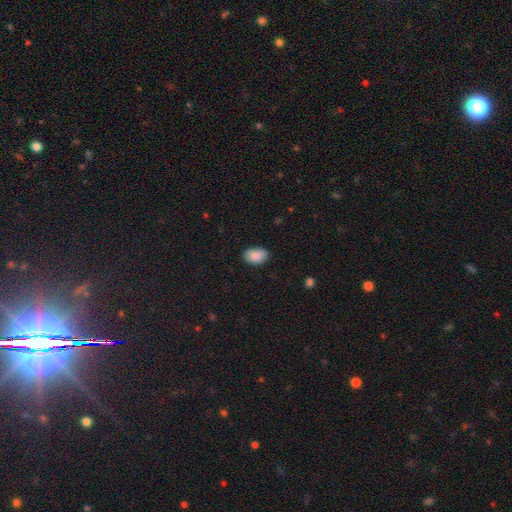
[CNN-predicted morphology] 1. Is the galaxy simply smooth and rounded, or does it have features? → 86% smooth, 7% featured or disk, 7% star or artifact.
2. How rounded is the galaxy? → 88% in between, 11% round, 1% cigar-shaped.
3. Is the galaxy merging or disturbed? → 78% none, 18% minor disturbance, 3% major disturbance, 1% merger.